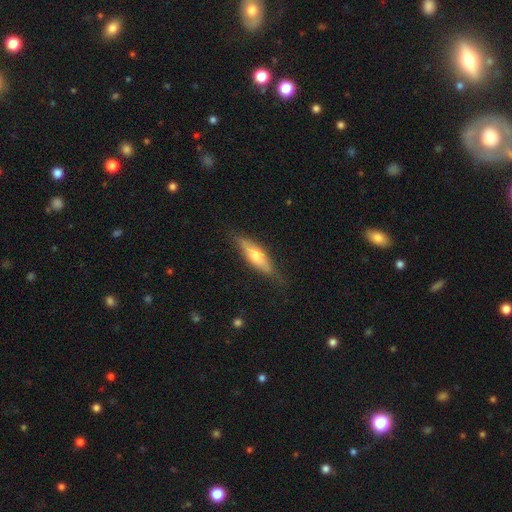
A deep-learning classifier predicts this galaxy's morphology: This is possibly a smooth galaxy (48%). Merging: likely none (78%).